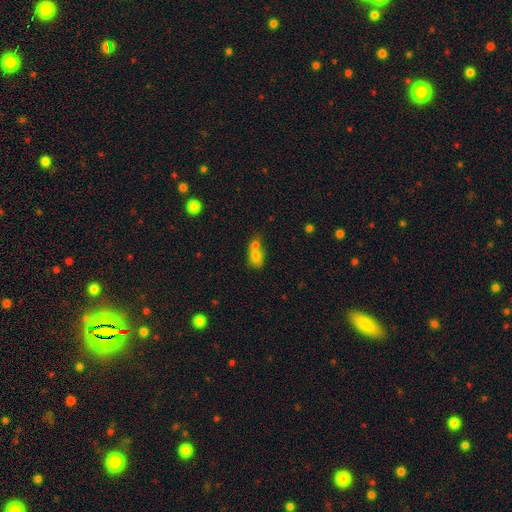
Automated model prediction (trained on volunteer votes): Smooth or featured? smooth (74%)
How rounded? in between (64%)
Merging? merger (64%)